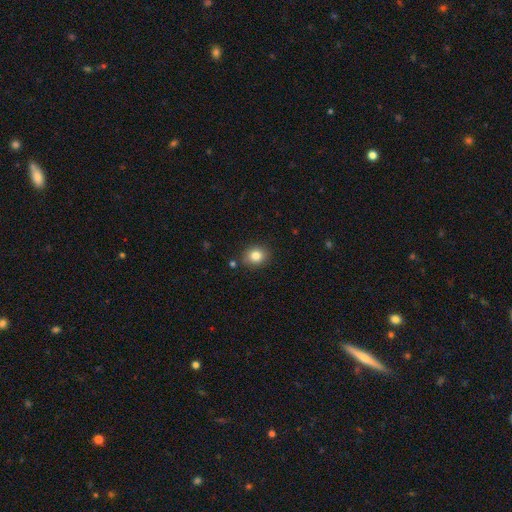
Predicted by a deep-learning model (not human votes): Overall: smooth (83%). How rounded: round (63%; in between 36%). Merging: none (86%).